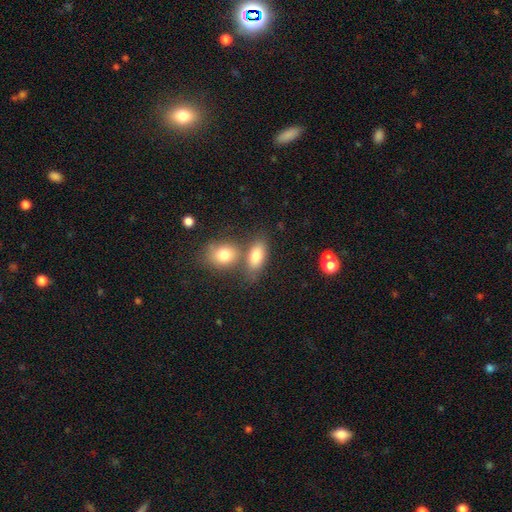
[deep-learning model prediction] The model was most divided on "merging": none: 51%, merger: 33%, minor disturbance: 12%, major disturbance: 4%. More confident: how rounded — in between (84%); smooth or featured — smooth (80%).